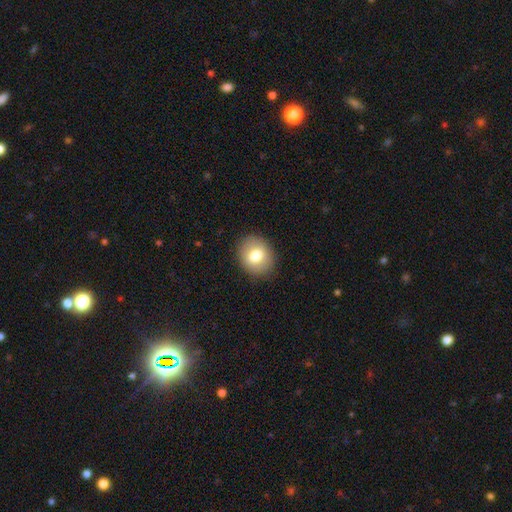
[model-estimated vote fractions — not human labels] smooth 77%, featured or disk 15%, star or artifact 9%. Down the decision tree: how rounded — round (60%); merging — none (89%).